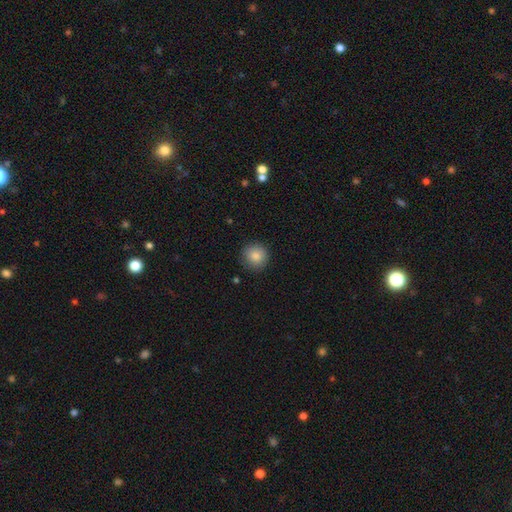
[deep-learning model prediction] This appears to be a smooth galaxy with no disk features (86%) that is round (93%). Merging: none (88%).